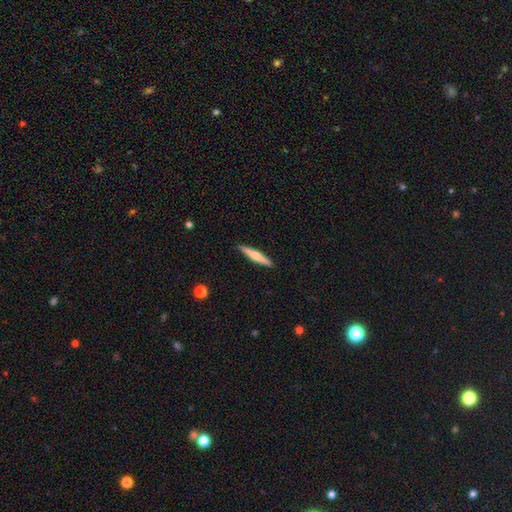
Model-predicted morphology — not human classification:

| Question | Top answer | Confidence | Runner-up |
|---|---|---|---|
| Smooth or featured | featured or disk | 53% | smooth (42%) |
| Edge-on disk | yes | 97% | no (3%) |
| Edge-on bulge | rounded | 83% | none (11%) |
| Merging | none | 92% | minor disturbance (6%) |